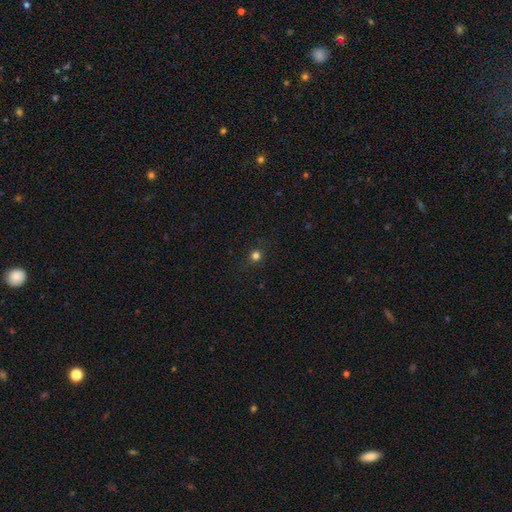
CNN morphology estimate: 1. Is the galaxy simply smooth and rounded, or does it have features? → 77% smooth, 18% star or artifact, 5% featured or disk.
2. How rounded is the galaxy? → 92% round, 7% in between, 1% cigar-shaped.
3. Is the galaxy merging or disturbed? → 90% none, 7% minor disturbance, 2% major disturbance, 1% merger.